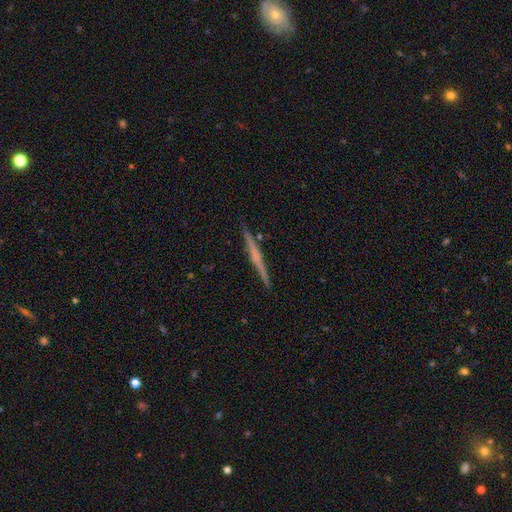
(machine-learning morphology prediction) This appears to be a featured or disk galaxy (68%) viewed edge-on (98%) with no central bulge (54%). Merging: none (91%).